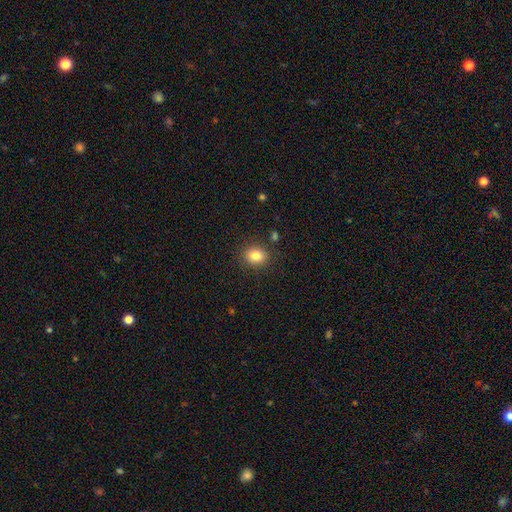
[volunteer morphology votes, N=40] Q: Smooth or featured?
A: smooth (82%); runner-up: star or artifact (12%)
Q: How rounded?
A: round (70%); runner-up: in between (30%)
Q: Merging?
A: none (91%); runner-up: minor disturbance (9%)